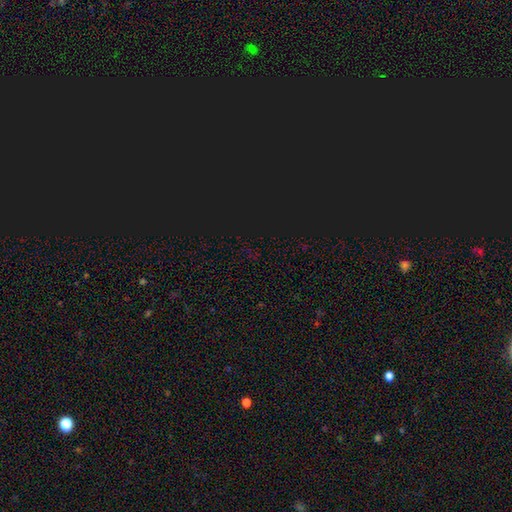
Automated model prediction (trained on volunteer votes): Smooth or featured? star or artifact (77%)